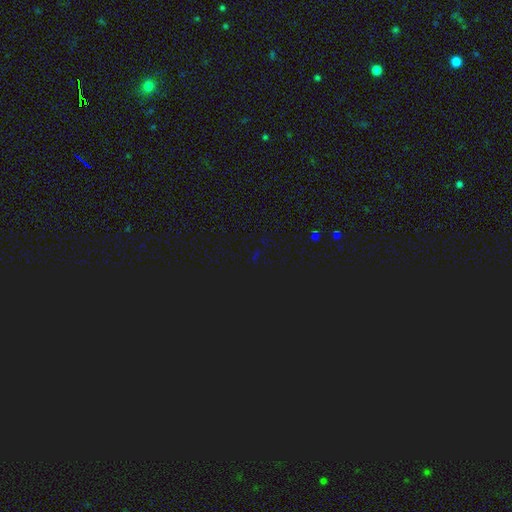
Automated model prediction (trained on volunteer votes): star or artifact 77%, smooth 15%, featured or disk 7%.